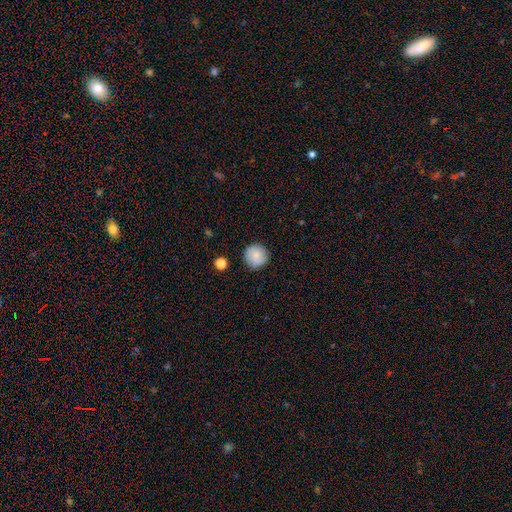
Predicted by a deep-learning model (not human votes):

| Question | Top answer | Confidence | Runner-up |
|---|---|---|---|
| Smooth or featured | smooth | 83% | featured or disk (9%) |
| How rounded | round | 95% | in between (4%) |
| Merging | none | 88% | minor disturbance (8%) |